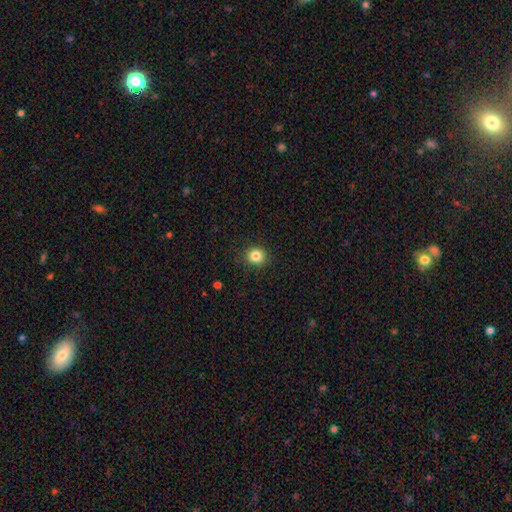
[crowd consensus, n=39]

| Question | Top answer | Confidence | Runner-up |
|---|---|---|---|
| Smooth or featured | smooth | 87% | star or artifact (8%) |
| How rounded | round | 88% | in between (12%) |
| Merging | none | 81% | major disturbance (11%) |